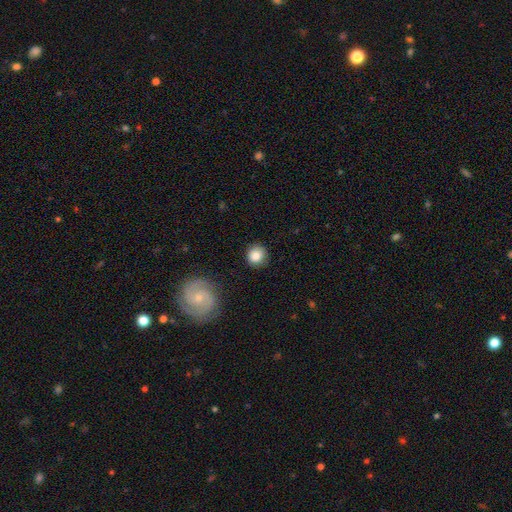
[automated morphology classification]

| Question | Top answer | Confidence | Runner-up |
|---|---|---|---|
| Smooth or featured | smooth | 82% | featured or disk (10%) |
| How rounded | round | 88% | in between (11%) |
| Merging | none | 82% | minor disturbance (12%) |